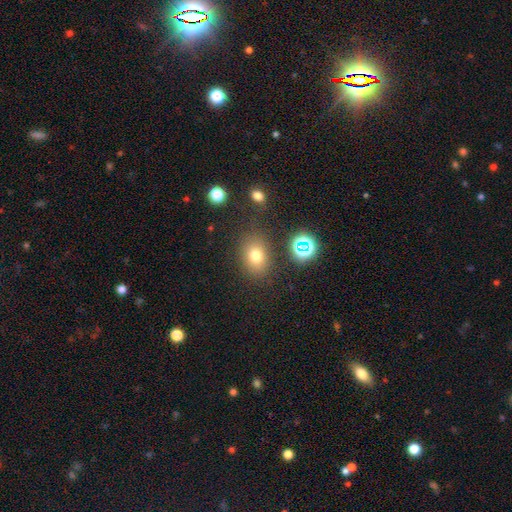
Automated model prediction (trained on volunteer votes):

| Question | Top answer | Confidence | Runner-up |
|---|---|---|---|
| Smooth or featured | smooth | 74% | star or artifact (16%) |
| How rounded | in between | 62% | round (37%) |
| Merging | none | 79% | minor disturbance (12%) |